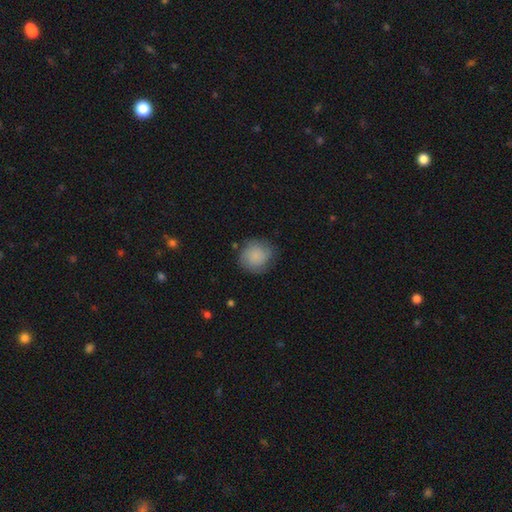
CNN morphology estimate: The model was most divided on "merging": none: 74%, minor disturbance: 18%, major disturbance: 6%, merger: 2%. More confident: how rounded — round (88%); smooth or featured — smooth (79%).